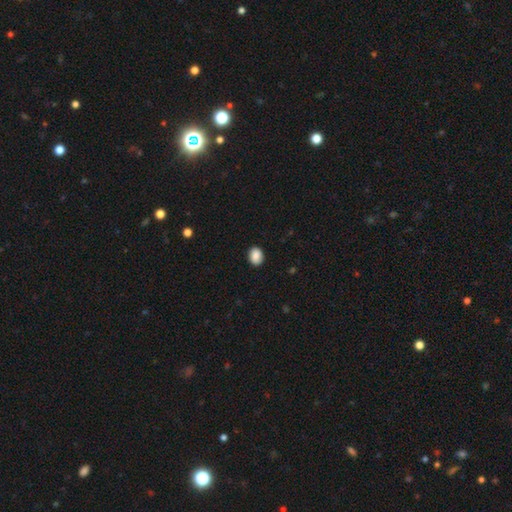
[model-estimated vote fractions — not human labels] smooth_or_featured: smooth (p=0.88) [alt: star or artifact p=0.08]
how_rounded: in between (p=0.55) [alt: round p=0.44]
merging: none (p=0.88) [alt: minor disturbance p=0.09]